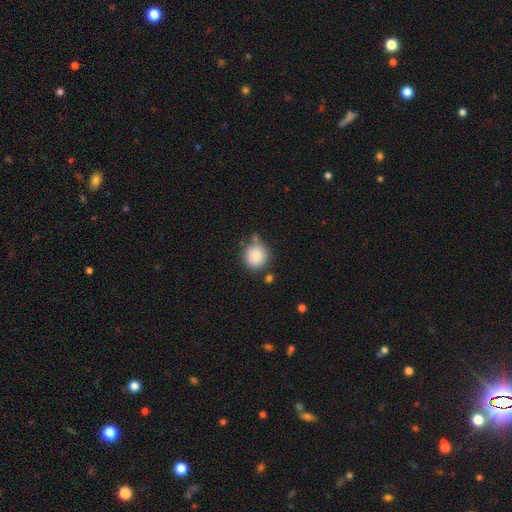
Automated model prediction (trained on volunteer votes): smooth-or-featured: smooth: 86% | star or artifact: 8% | featured or disk: 6%
  how-rounded: round: 88% | in between: 11% | cigar-shaped: 1%
  merging: none: 63% | minor disturbance: 20% | merger: 11% | major disturbance: 5%